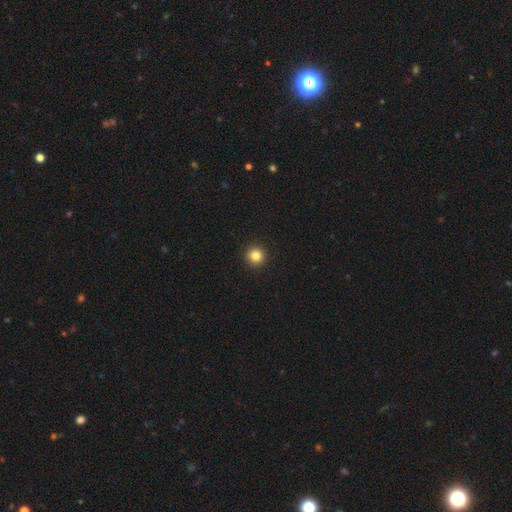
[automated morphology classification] This is clearly a smooth galaxy (84%). How rounded: clearly round (95%). Merging: clearly none (94%).